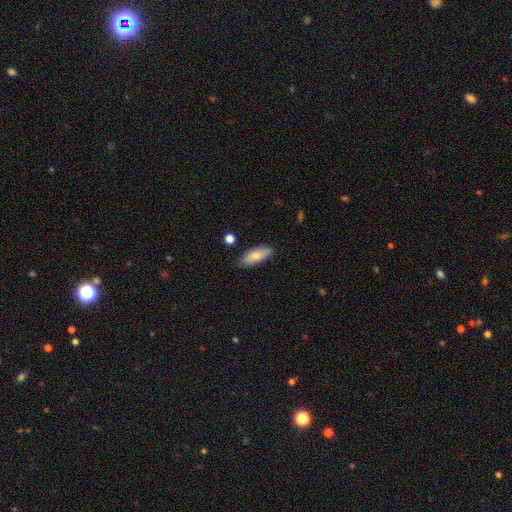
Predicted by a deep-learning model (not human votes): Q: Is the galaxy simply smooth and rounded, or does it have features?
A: smooth — 79%.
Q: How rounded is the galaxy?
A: in between — 75%.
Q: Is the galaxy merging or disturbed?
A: none — 81%.